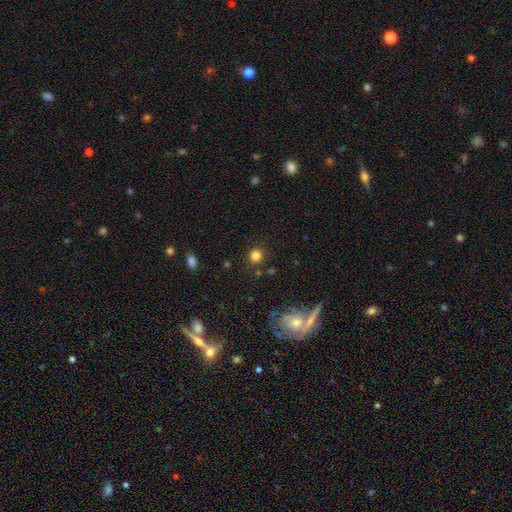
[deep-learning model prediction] Smooth or featured?
  - smooth: 82% *
  - star or artifact: 13%
  - featured or disk: 5%
How rounded?
  - round: 88% *
  - in between: 11%
  - cigar-shaped: 1%
Merging?
  - none: 85% *
  - minor disturbance: 8%
  - merger: 3%
  - major disturbance: 3%